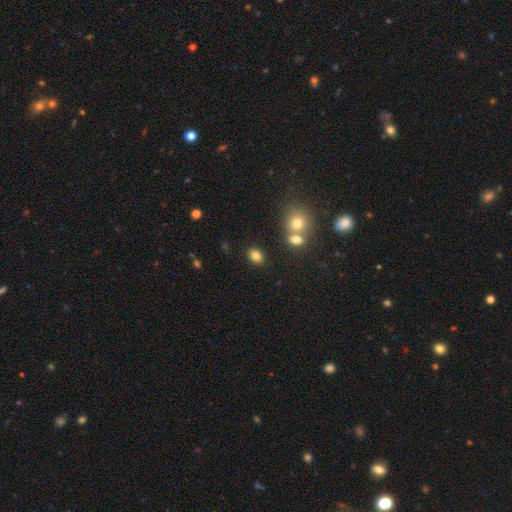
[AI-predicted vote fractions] Smooth or featured? smooth (82%)
How rounded? in between (70%)
Merging? none (80%)